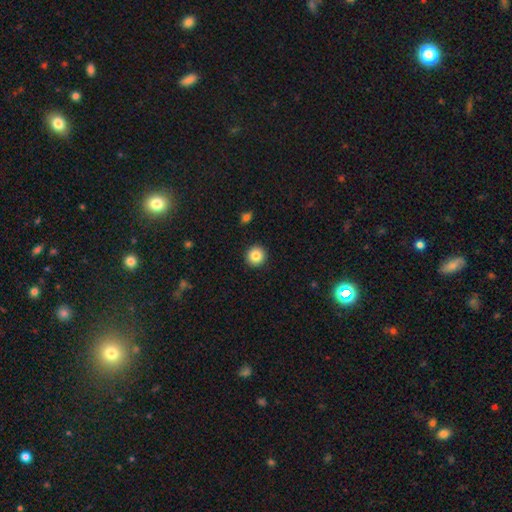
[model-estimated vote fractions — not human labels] Q: Smooth or featured?
A: smooth (85%); runner-up: star or artifact (9%)
Q: How rounded?
A: round (95%); runner-up: in between (4%)
Q: Merging?
A: none (93%); runner-up: minor disturbance (5%)